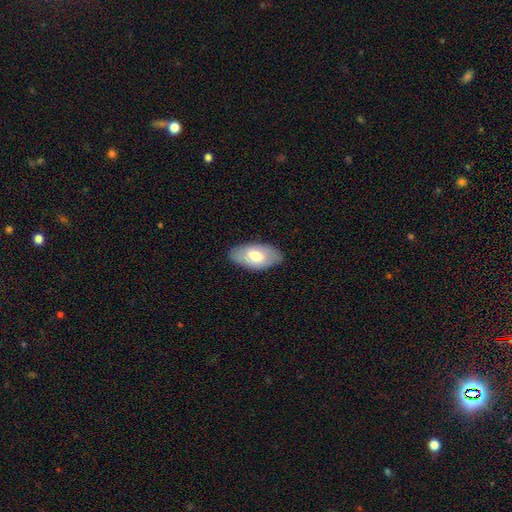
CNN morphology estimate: The model was most divided on "smooth or featured": smooth: 66%, featured or disk: 29%, star or artifact: 6%. More confident: how rounded — in between (94%); merging — none (82%).